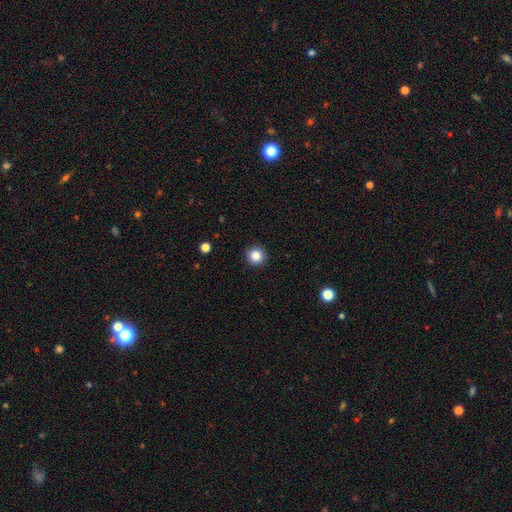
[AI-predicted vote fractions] Morphology: type=smooth (85%); roundness=round (95%); merging=none (92%).